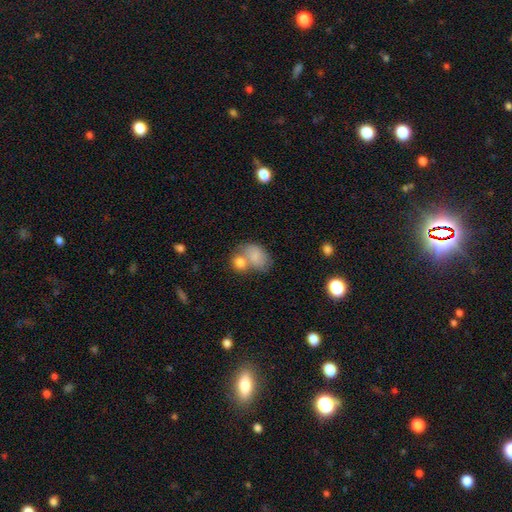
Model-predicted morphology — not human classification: A smooth galaxy with no disk features (77%) that is in between round and cigar-shaped (73%). Merging: merger (53%).